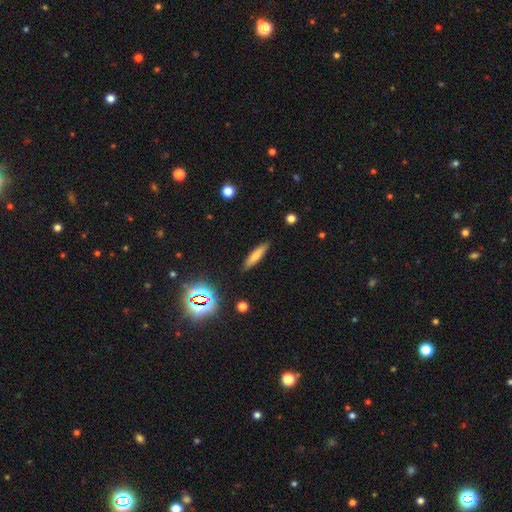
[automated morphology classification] This appears to be a smooth galaxy with no disk features (68%) that is cigar-shaped (81%). Merging: none (88%).